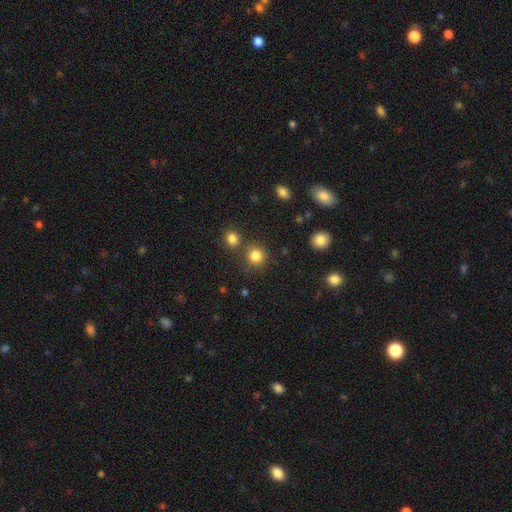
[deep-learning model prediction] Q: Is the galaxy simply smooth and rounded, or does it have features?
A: smooth — 83%.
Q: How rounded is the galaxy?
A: round — 89%.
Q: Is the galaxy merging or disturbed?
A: none — 76%.